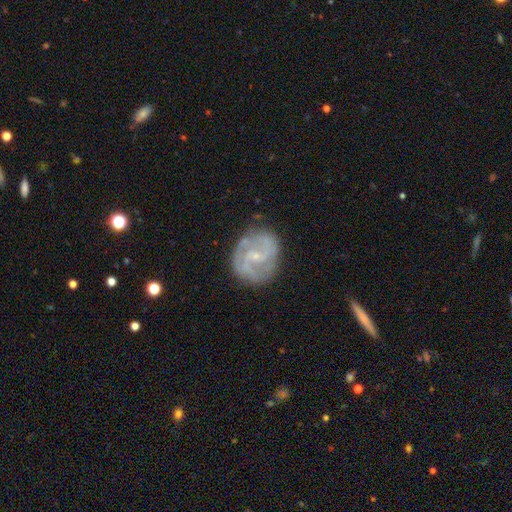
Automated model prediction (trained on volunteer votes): Smooth or featured? Predicted: featured or disk (p=0.83). Edge-on disk? Predicted: no (p=0.98). Bar? Predicted: weak (p=0.50). Spiral arms? Predicted: yes (p=0.94). Spiral winding? Predicted: medium (p=0.49). Spiral arm count? Predicted: 2 (p=0.66). Bulge size? Predicted: small (p=0.74). Merging? Predicted: none (p=0.77).